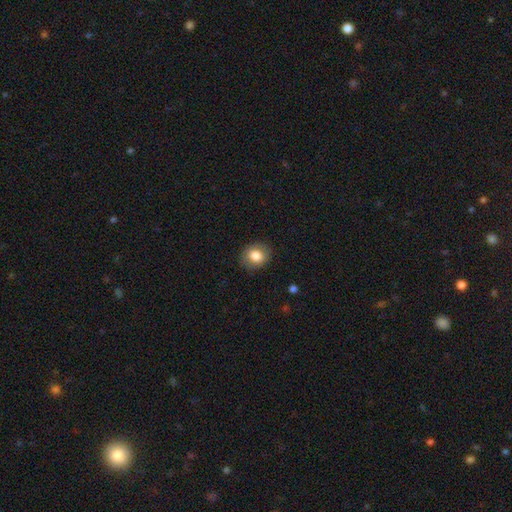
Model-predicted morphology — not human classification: Overall: smooth (82%). How rounded: round (63%; in between 37%). Merging: none (87%).